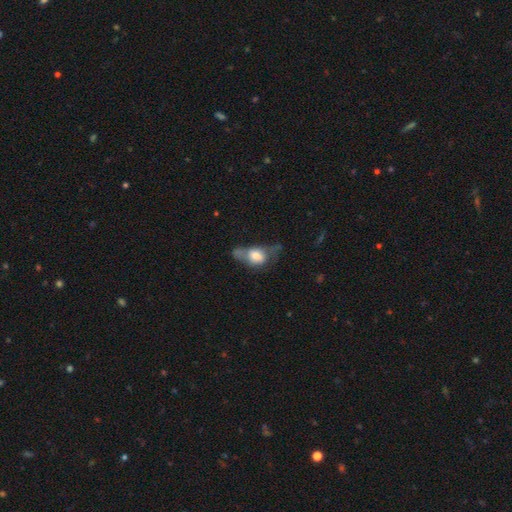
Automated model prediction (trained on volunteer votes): Q: Smooth or featured?
A: smooth (63%); runner-up: featured or disk (28%)
Q: How rounded?
A: in between (75%); runner-up: round (21%)
Q: Merging?
A: major disturbance (35%); runner-up: minor disturbance (27%)